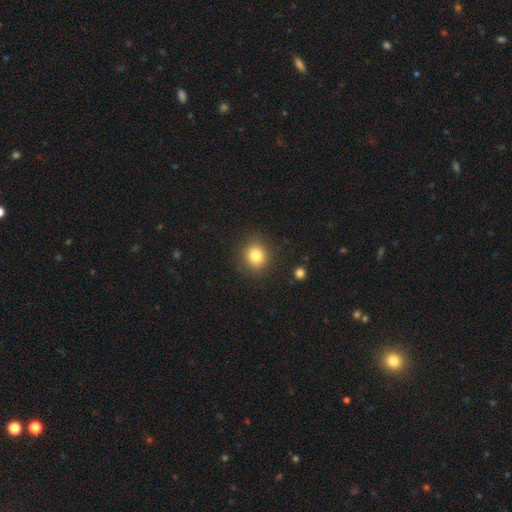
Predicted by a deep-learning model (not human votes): A smooth galaxy with no disk features (81%) that is round (79%).

Vote fractions:
- Smooth or featured? smooth: 81% / star or artifact: 11% / featured or disk: 8%
- How rounded? round: 79% / in between: 20% / cigar-shaped: 1%
- Merging? none: 88% / minor disturbance: 8% / major disturbance: 3% / merger: 2%